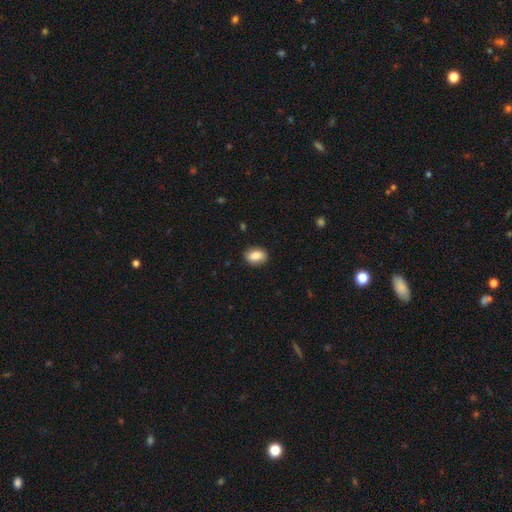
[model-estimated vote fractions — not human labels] A smooth galaxy with no disk features (86%) that is in between round and cigar-shaped (82%).

Vote fractions:
- Smooth or featured? smooth: 86% / featured or disk: 7% / star or artifact: 7%
- How rounded? in between: 82% / round: 16% / cigar-shaped: 2%
- Merging? none: 86% / minor disturbance: 10% / major disturbance: 2% / merger: 1%